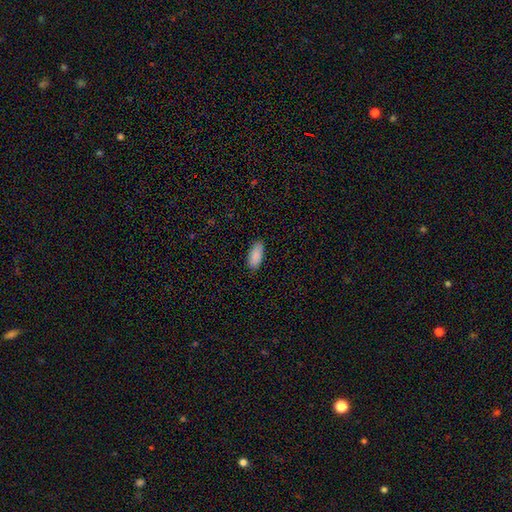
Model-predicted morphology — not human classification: This appears to be a smooth galaxy with no disk features (89%) that is in between round and cigar-shaped (88%). Merging: none (87%).